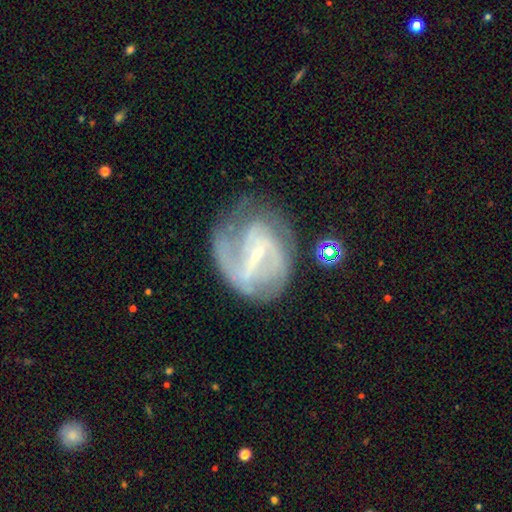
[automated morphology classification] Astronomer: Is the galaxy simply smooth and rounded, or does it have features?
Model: featured or disk — 82%.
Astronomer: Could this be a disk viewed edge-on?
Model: no — 97%.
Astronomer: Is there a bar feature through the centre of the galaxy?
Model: strong — 47% (runner-up: weak, 41%).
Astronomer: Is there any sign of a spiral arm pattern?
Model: yes — 86%.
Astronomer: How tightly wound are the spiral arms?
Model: medium — 41% (runner-up: tight, 33%).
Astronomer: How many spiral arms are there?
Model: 2 — 46% (runner-up: can't tell, 28%).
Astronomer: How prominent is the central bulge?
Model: small — 72%.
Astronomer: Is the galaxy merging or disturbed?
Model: none — 53%.